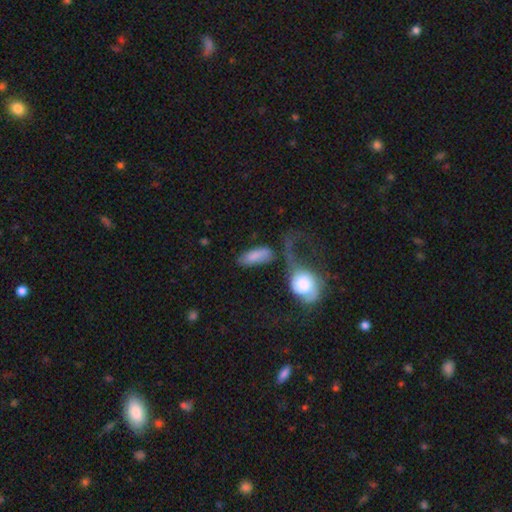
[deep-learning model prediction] This is likely a smooth galaxy (78%). How rounded: likely in between (79%). Merging: marginally none (43%).